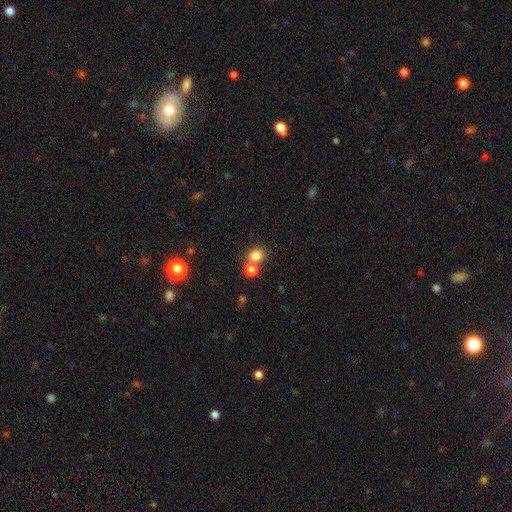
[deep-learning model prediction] The model was most divided on "merging": none: 55%, merger: 35%, minor disturbance: 7%, major disturbance: 3%. More confident: smooth or featured — smooth (81%); how rounded — round (75%).